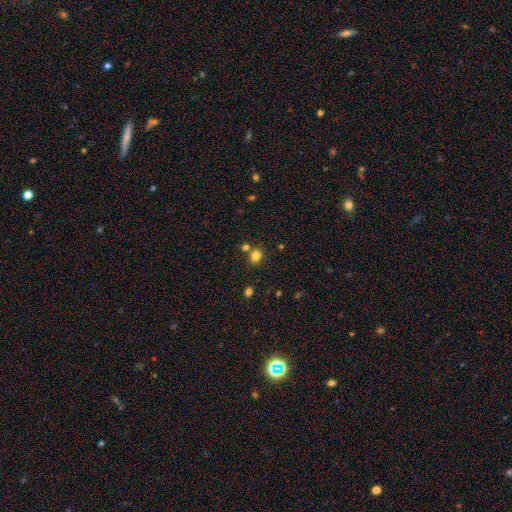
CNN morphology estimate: smooth_or_featured: smooth (p=0.81) [alt: star or artifact p=0.14]
how_rounded: round (p=0.63) [alt: in between p=0.36]
merging: none (p=0.74) [alt: merger p=0.13]